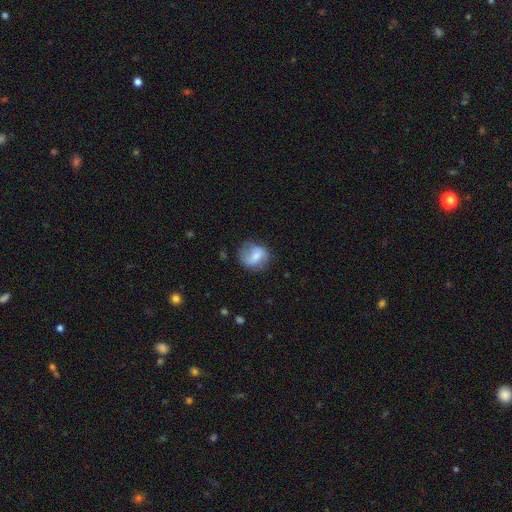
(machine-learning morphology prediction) type=smooth (52%); roundness=round (68%); merging=none (64%).